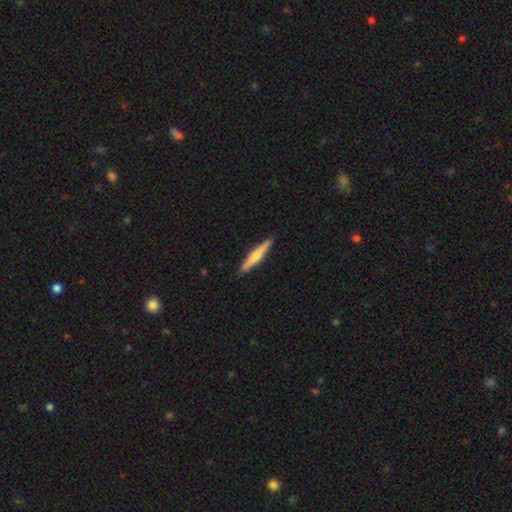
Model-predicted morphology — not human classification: The model was most divided on "smooth or featured": smooth: 50%, featured or disk: 45%, star or artifact: 5%. More confident: merging — none (91%).